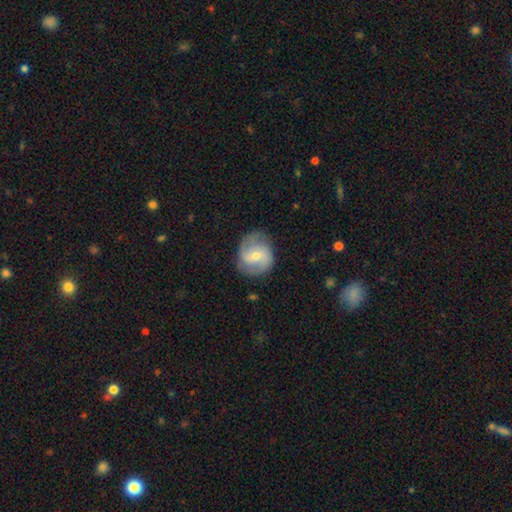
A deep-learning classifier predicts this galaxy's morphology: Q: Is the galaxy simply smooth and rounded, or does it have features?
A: featured or disk — 72%.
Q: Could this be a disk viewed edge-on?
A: no — 97%.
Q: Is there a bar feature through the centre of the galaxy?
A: weak — 46%.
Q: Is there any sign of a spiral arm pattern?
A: yes — 91%.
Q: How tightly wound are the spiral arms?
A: medium — 47%.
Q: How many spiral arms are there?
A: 2 — 84%.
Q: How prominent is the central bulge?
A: small — 54%.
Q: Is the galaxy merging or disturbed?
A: none — 79%.